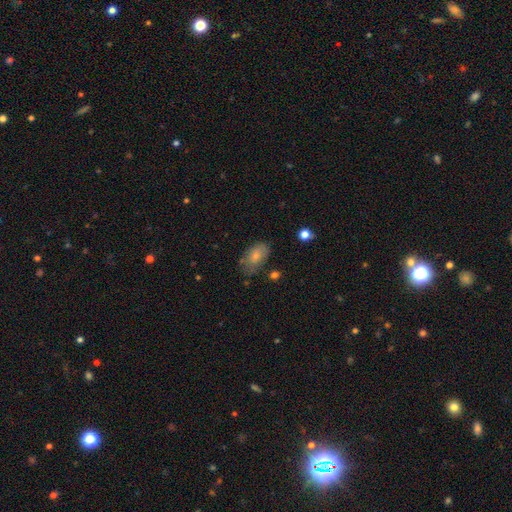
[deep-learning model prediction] The model was most divided on "merging": none: 63%, minor disturbance: 26%, major disturbance: 8%, merger: 4%. More confident: how rounded — in between (91%); smooth or featured — smooth (76%).